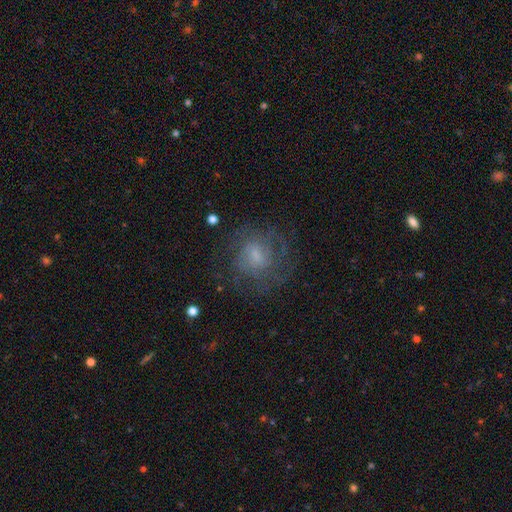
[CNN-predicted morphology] type=featured or disk (55%); edge-on=no (97%); bar=weak (47%); spiral arms=yes (72%); bulge=small (41%); merging=none (66%).